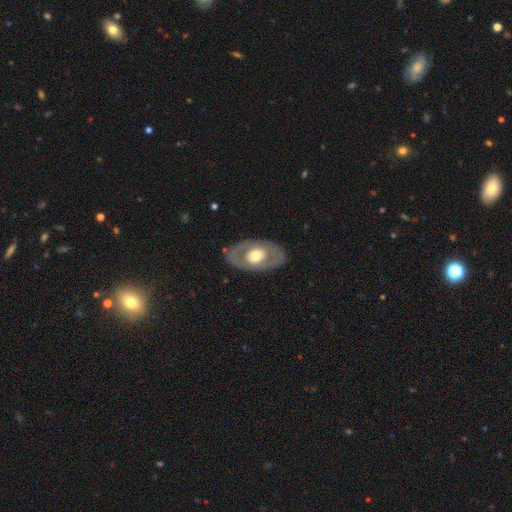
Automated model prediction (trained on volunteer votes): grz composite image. It shows a featured or disk galaxy (61%) with no bar (83%), no spiral arms (83%) and a moderate central bulge (60%). Merging: none (83%).